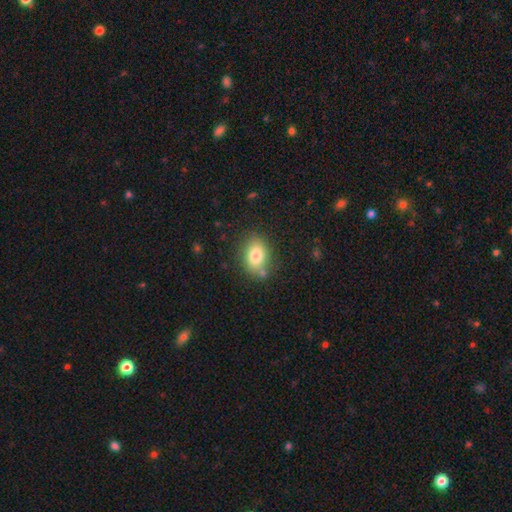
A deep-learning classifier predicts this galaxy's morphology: Smooth or featured?
  - smooth: 81% *
  - featured or disk: 10%
  - star or artifact: 9%
How rounded?
  - in between: 74% *
  - round: 25%
  - cigar-shaped: 1%
Merging?
  - none: 76% *
  - minor disturbance: 14%
  - merger: 5%
  - major disturbance: 4%